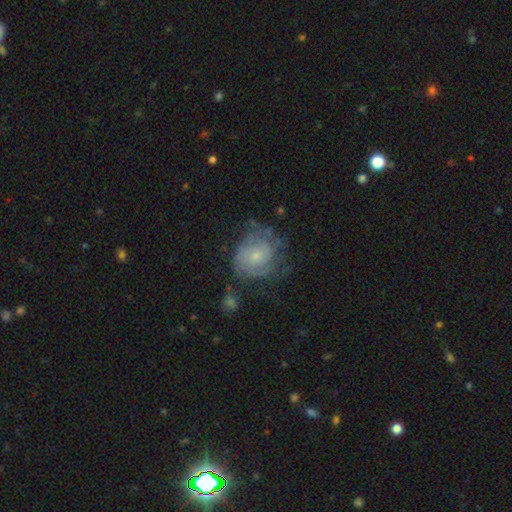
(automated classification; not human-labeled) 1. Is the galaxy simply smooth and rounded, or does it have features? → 62% featured or disk, 31% smooth, 8% star or artifact.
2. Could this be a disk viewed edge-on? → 98% no, 2% yes.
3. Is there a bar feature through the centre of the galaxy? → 77% no, 21% weak, 3% strong.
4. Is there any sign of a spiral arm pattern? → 75% yes, 25% no.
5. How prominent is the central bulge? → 62% small, 29% moderate, 5% none, 3% large, 1% dominant.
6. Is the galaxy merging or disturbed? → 50% none, 26% minor disturbance, 20% major disturbance, 3% merger.